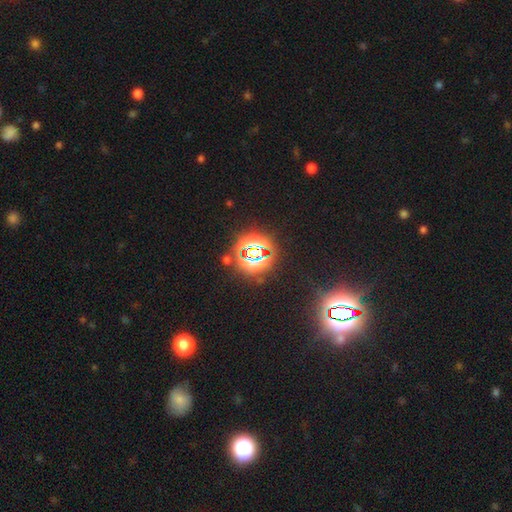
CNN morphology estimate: This appears to be a star or artifact, not a galaxy (80%).